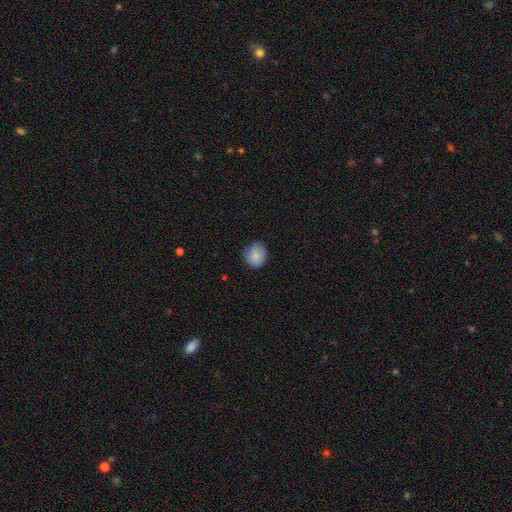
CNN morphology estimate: This appears to be a smooth galaxy with no disk features (84%) that is round (70%). Merging: none (71%).